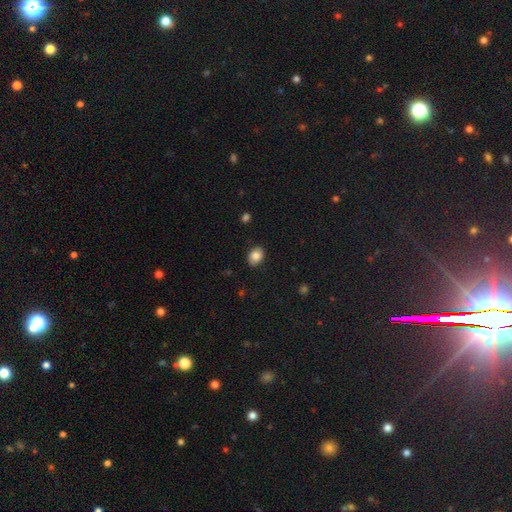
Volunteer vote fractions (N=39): This is clearly a smooth galaxy (97%). How rounded: likely in between (66%). Merging: clearly none (92%).